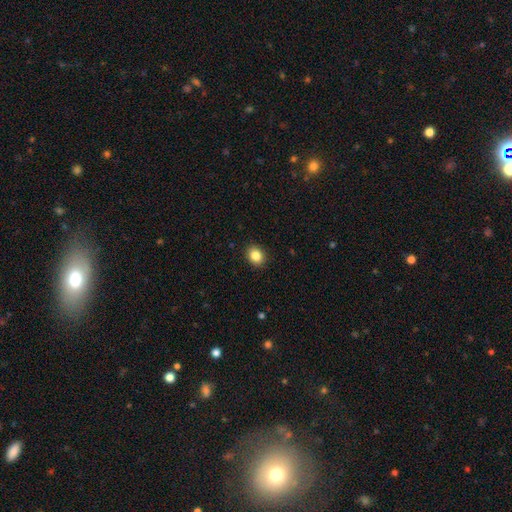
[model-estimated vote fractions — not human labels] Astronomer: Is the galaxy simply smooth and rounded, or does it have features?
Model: smooth — 86%.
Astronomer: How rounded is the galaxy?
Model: round — 56% (runner-up: in between, 43%).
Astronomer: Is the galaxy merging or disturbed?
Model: none — 91%.